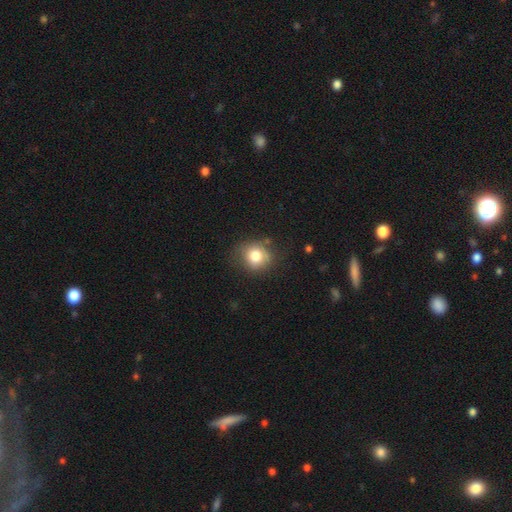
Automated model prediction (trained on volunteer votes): Smooth or featured? smooth (79%)
How rounded? round (80%)
Merging? none (74%)